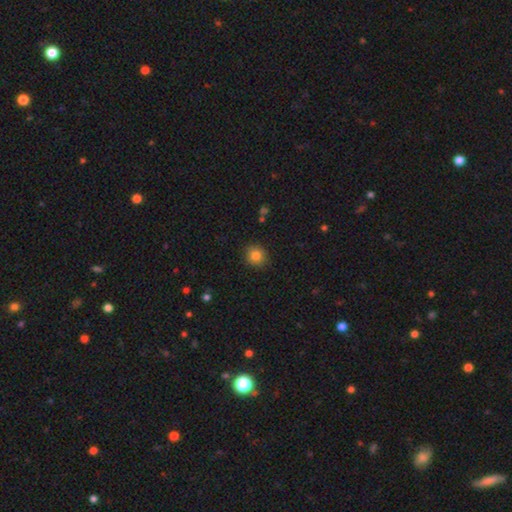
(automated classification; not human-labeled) Smooth or featured? smooth (82%)
How rounded? round (88%)
Merging? none (90%)